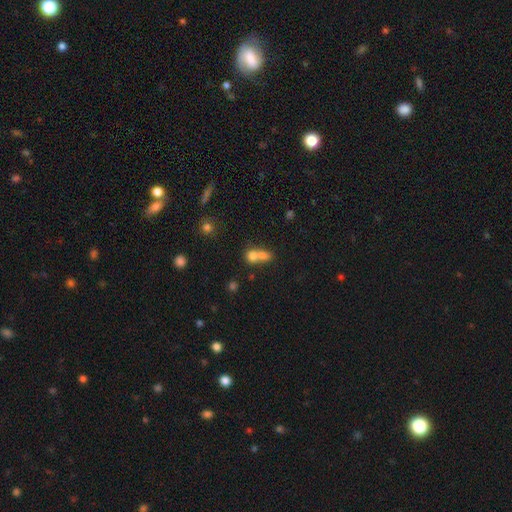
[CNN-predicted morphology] smooth_or_featured: smooth (p=0.70) [alt: featured or disk p=0.17]
how_rounded: round (p=0.54) [alt: in between p=0.41]
merging: merger (p=0.68) [alt: none p=0.22]